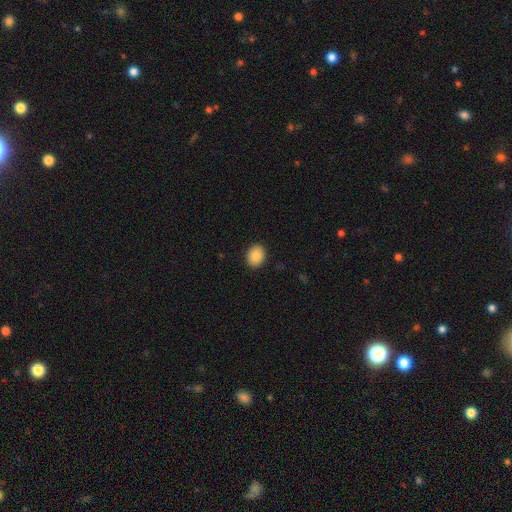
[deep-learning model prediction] The model was most divided on "how rounded": in between: 50%, round: 49%, cigar-shaped: 1%. More confident: merging — none (91%); smooth or featured — smooth (87%).